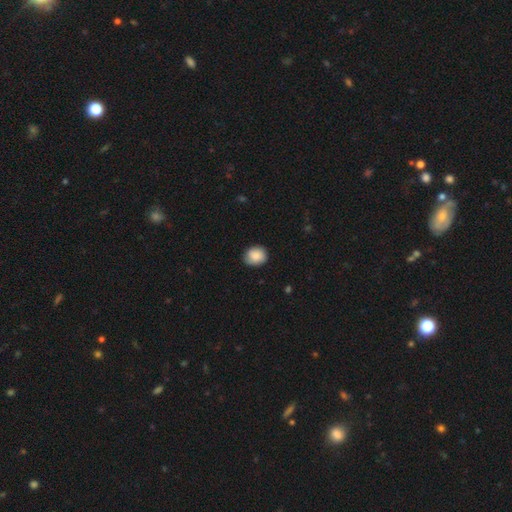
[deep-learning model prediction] Morphology: type=smooth (86%); roundness=round (62%); merging=none (84%).